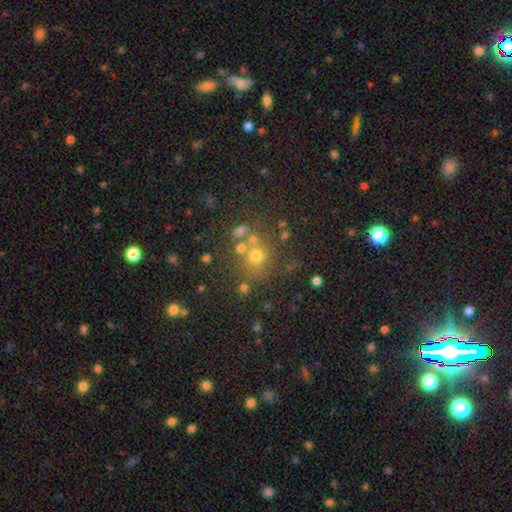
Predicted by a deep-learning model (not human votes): smooth 62%, star or artifact 25%, featured or disk 13%. Down the decision tree: how rounded — round (86%); merging — none (65%).